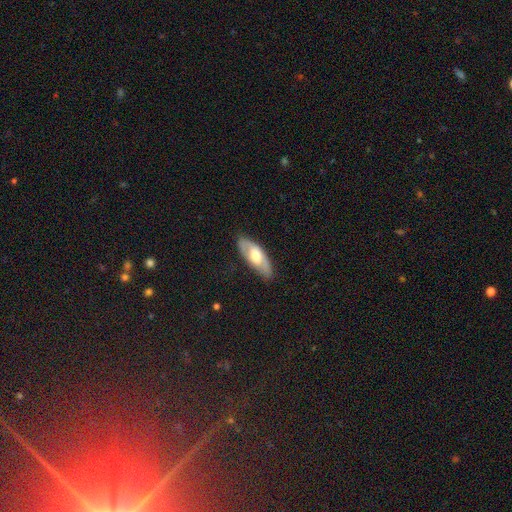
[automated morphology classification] smooth_or_featured: featured or disk (p=0.48) [alt: smooth p=0.47]
merging: none (p=0.80) [alt: minor disturbance p=0.16]